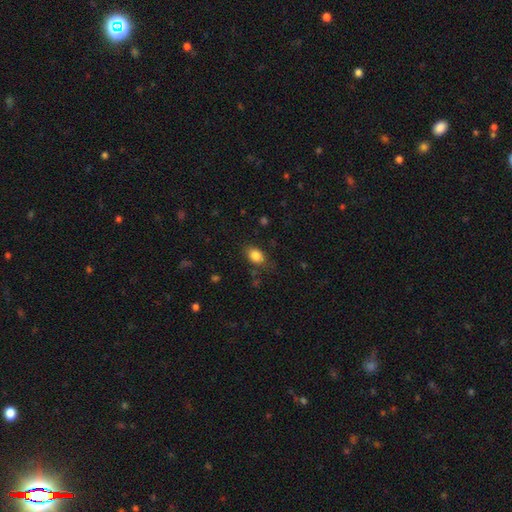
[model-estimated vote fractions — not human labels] smooth_or_featured: smooth (p=0.85) [alt: star or artifact p=0.09]
how_rounded: in between (p=0.79) [alt: round p=0.19]
merging: none (p=0.77) [alt: minor disturbance p=0.17]